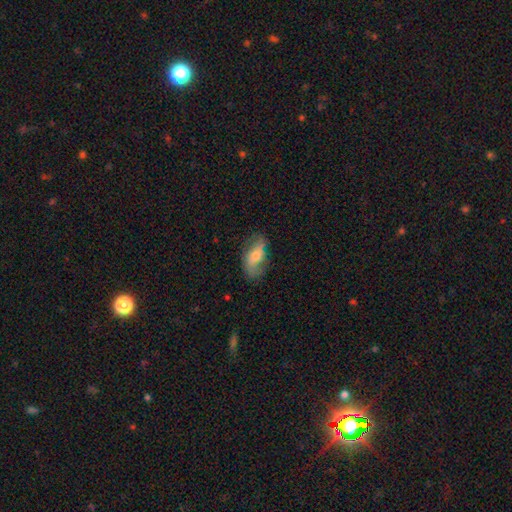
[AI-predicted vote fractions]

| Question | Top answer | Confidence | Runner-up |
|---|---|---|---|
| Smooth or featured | featured or disk | 48% | smooth (44%) |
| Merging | none | 67% | minor disturbance (23%) |